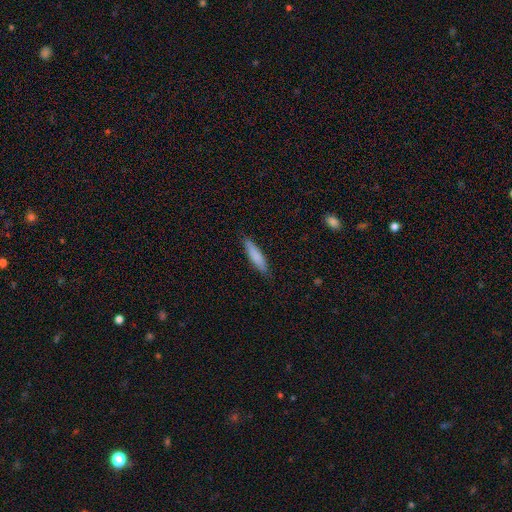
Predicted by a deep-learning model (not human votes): Q: Smooth or featured?
A: smooth (81%); runner-up: featured or disk (14%)
Q: How rounded?
A: cigar-shaped (79%); runner-up: in between (19%)
Q: Merging?
A: none (84%); runner-up: minor disturbance (13%)